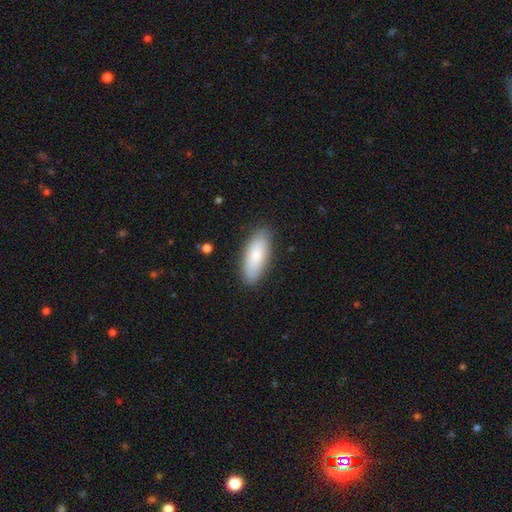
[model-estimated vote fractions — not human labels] A smooth galaxy with no disk features (80%) that is in between round and cigar-shaped (73%). Merging: none (86%).